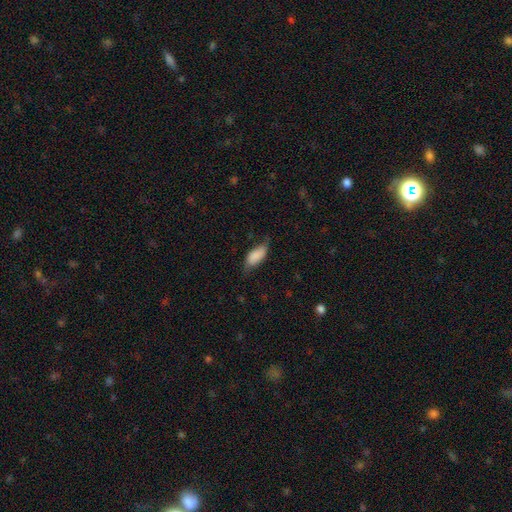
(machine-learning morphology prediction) Smooth or featured? smooth (82%)
How rounded? in between (88%)
Merging? none (59%)